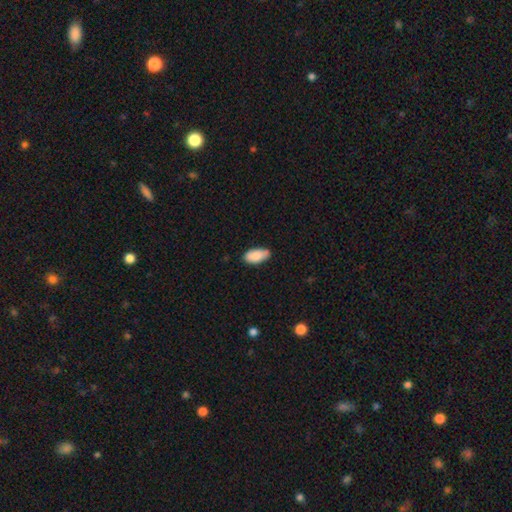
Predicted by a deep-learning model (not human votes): Smooth or featured? smooth (88%)
How rounded? in between (93%)
Merging? none (77%)